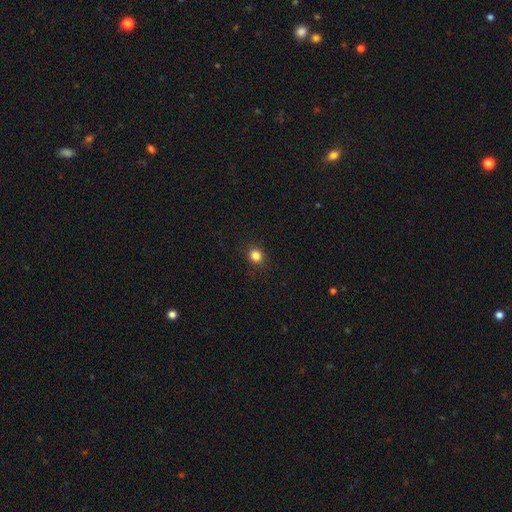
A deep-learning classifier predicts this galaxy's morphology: smooth_or_featured: smooth (p=0.84) [alt: star or artifact p=0.12]
how_rounded: round (p=0.83) [alt: in between p=0.16]
merging: none (p=0.90) [alt: minor disturbance p=0.07]